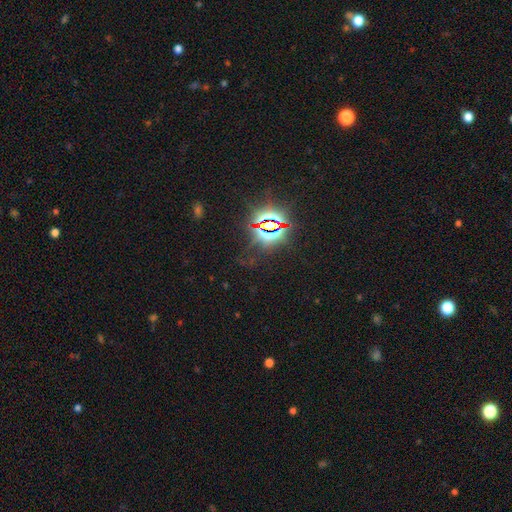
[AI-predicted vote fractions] Smooth or featured? star or artifact (85%)